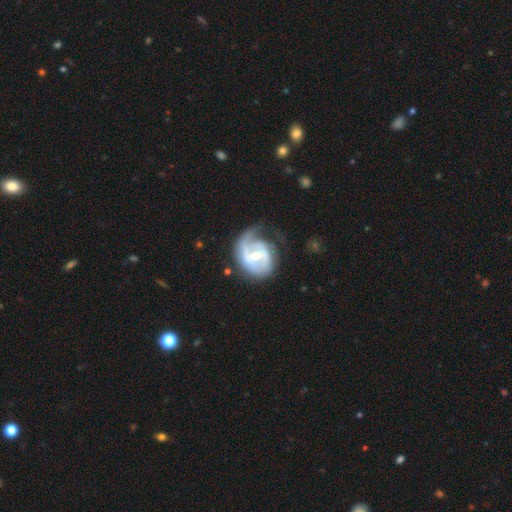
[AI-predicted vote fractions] This is clearly a featured or disk galaxy (81%). It is clearly not viewed edge-on (97%). Bar: possibly weak (51%). Spiral arm pattern: clearly yes (89%). Spiral arm count: marginally 1 (41%). Spiral winding: marginally medium (40%). Central bulge: possibly small (48%). Merging: marginally none (41%).